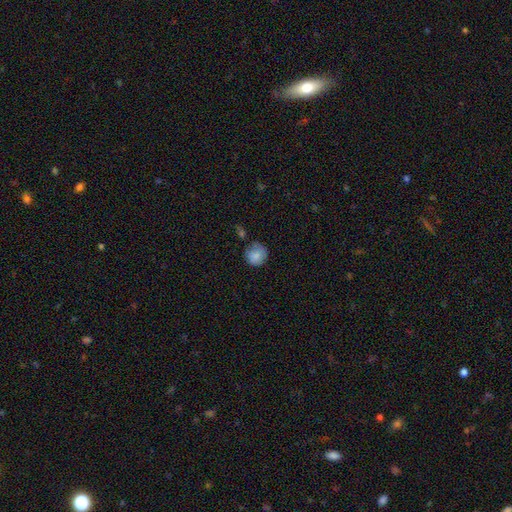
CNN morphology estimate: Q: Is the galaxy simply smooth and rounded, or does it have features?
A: smooth — 83%.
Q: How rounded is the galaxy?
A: round — 89%.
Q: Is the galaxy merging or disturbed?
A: none — 64%.